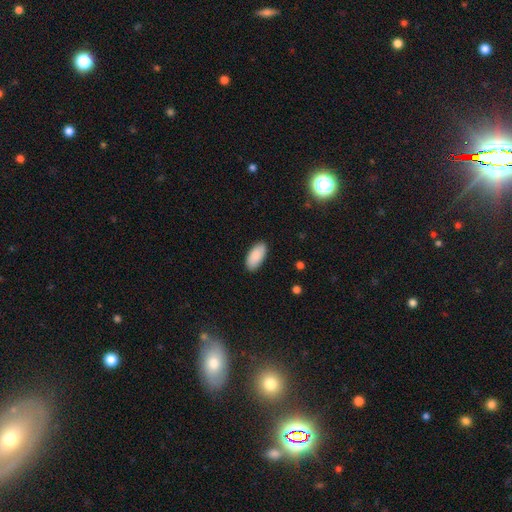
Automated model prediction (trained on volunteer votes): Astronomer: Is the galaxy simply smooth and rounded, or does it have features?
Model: smooth — 90%.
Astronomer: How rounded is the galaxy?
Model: in between — 94%.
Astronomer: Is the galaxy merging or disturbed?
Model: none — 88%.